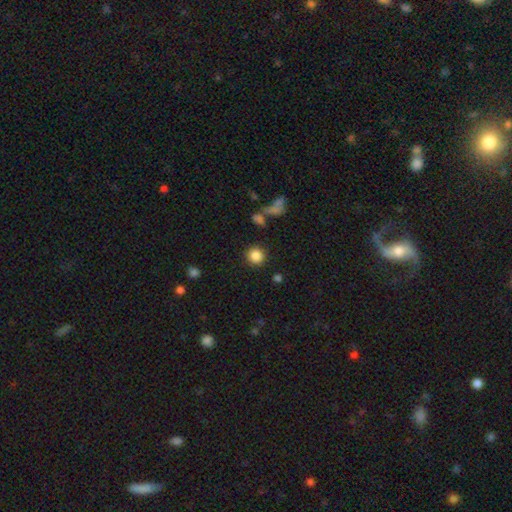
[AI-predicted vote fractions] A smooth galaxy with no disk features (85%) that is round (91%).

Vote fractions:
- Smooth or featured? smooth: 85% / star or artifact: 11% / featured or disk: 5%
- How rounded? round: 91% / in between: 8% / cigar-shaped: 1%
- Merging? none: 86% / minor disturbance: 7% / major disturbance: 3% / merger: 3%